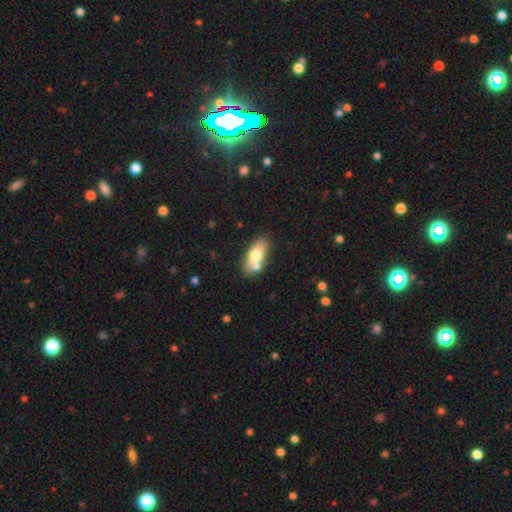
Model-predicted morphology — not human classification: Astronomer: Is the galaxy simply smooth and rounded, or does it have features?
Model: smooth — 70%.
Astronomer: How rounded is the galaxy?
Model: in between — 84%.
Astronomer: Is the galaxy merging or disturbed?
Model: none — 61%.